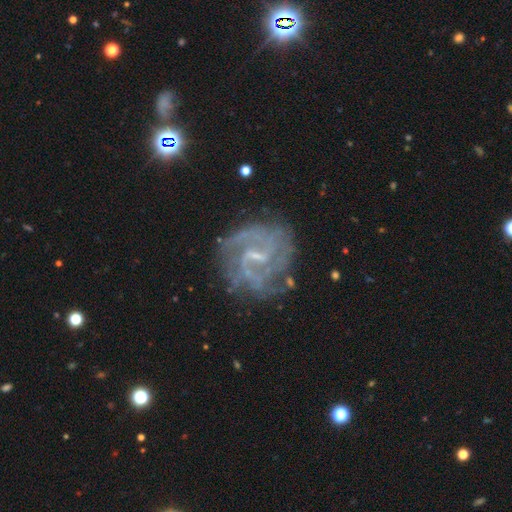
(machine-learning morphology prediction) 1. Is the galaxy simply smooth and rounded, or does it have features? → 85% featured or disk, 8% star or artifact, 7% smooth.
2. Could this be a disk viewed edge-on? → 98% no, 2% yes.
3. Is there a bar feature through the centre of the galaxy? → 57% weak, 25% strong, 19% no.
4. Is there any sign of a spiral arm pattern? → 93% yes, 7% no.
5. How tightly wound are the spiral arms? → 44% medium, 42% tight, 14% loose.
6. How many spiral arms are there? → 43% 2, 25% can't tell, 16% 3, 6% 4, 5% 1, 5% more than 4.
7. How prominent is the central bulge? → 57% small, 23% none, 18% moderate, 1% large, 1% dominant.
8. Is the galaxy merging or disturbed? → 72% none, 15% minor disturbance, 10% major disturbance, 2% merger.